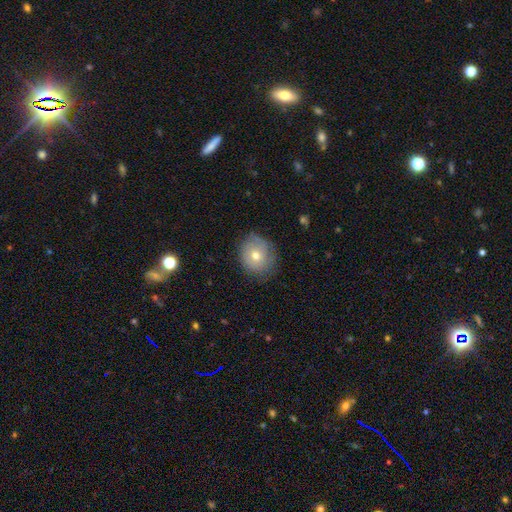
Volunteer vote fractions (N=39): Smooth or featured?
  - smooth: 56% *
  - featured or disk: 36%
  - star or artifact: 8%
How rounded?
  - round: 73% *
  - in between: 27%
  - cigar-shaped: 0%
Merging?
  - none: 64% *
  - minor disturbance: 31%
  - major disturbance: 3%
  - merger: 3%